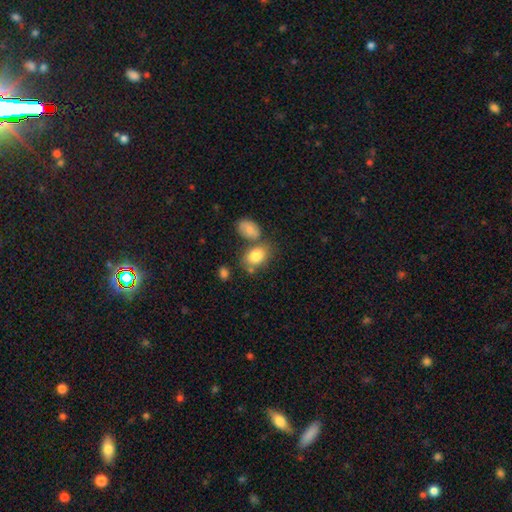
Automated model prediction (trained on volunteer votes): This appears to be a smooth galaxy with no disk features (81%) that is in between round and cigar-shaped (78%). Merging: none (55%).